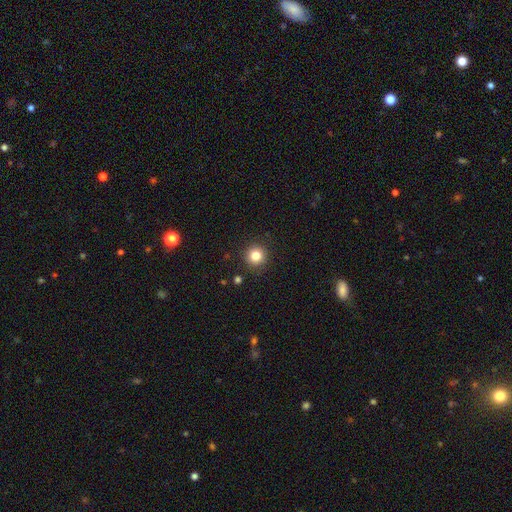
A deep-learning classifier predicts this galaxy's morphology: A smooth galaxy with no disk features (82%) that is round (95%). Merging: none (91%).